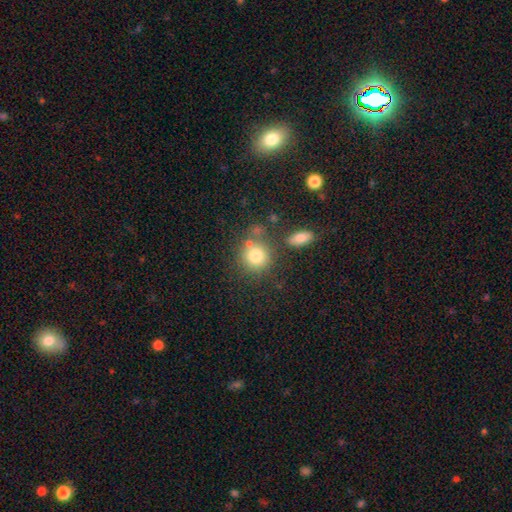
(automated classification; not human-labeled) Morphology: type=smooth (79%); roundness=round (85%); merging=none (65%).